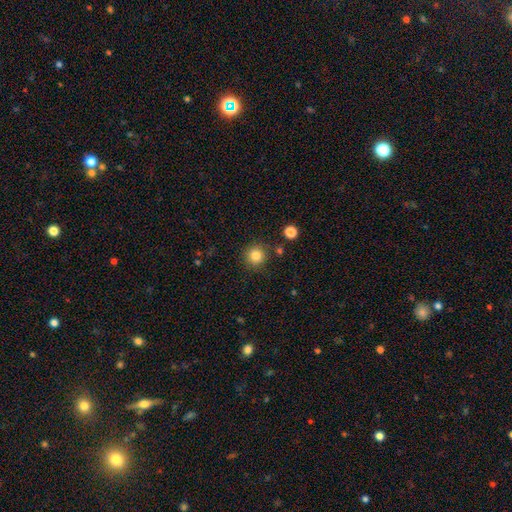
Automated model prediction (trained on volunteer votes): smooth 83%, star or artifact 12%, featured or disk 6%. Down the decision tree: how rounded — round (93%); merging — none (86%).